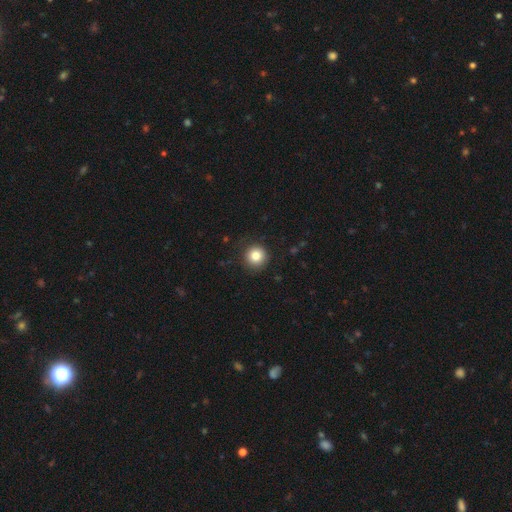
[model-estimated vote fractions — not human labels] A smooth galaxy with no disk features (83%) that is round (95%). Merging: none (88%).